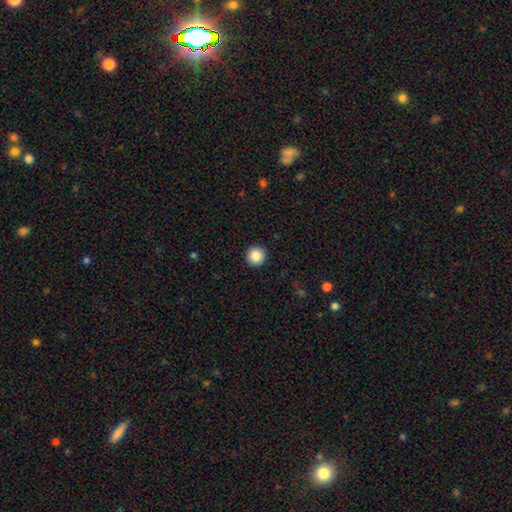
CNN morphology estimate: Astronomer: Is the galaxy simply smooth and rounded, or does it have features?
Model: smooth — 87%.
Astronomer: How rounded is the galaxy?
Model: round — 96%.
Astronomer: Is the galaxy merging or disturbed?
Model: none — 93%.